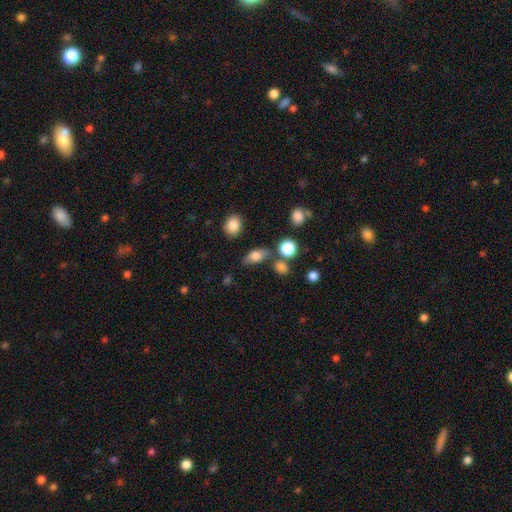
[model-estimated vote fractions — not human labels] Smooth or featured? smooth (73%)
How rounded? in between (76%)
Merging? none (69%)